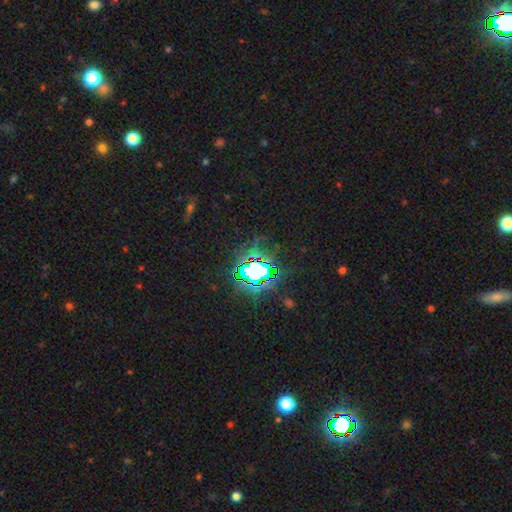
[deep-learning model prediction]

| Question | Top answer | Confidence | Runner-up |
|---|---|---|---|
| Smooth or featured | star or artifact | 75% | smooth (14%) |